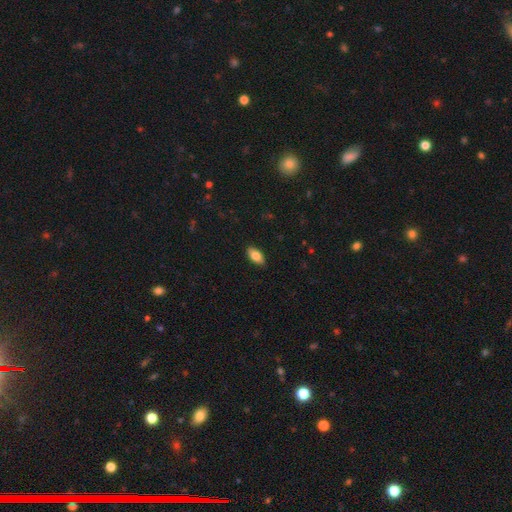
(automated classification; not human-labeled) Smooth or featured? Predicted: smooth (p=0.81). How rounded? Predicted: in between (p=0.90). Merging? Predicted: none (p=0.88).